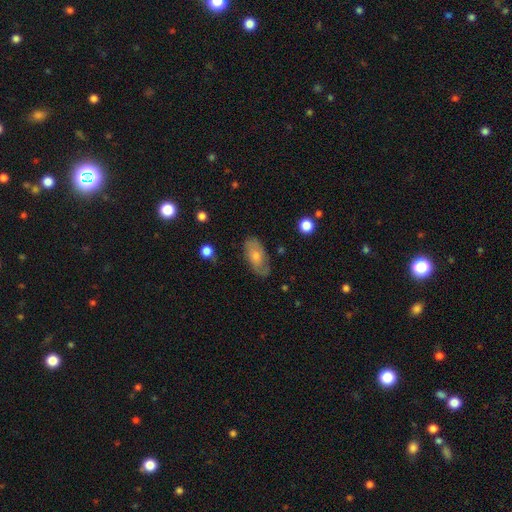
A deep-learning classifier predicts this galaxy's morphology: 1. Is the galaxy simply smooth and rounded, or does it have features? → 59% smooth, 34% featured or disk, 7% star or artifact.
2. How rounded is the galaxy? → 91% in between, 4% round, 4% cigar-shaped.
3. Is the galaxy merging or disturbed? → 73% none, 20% minor disturbance, 6% major disturbance, 2% merger.